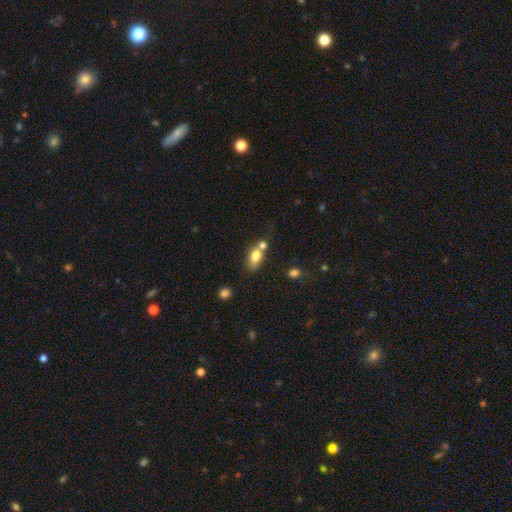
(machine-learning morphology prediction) A smooth galaxy with no disk features (78%) that is in between round and cigar-shaped (80%).

Vote fractions:
- Smooth or featured? smooth: 78% / featured or disk: 14% / star or artifact: 9%
- How rounded? in between: 80% / round: 14% / cigar-shaped: 6%
- Merging? none: 42% / merger: 37% / minor disturbance: 15% / major disturbance: 6%